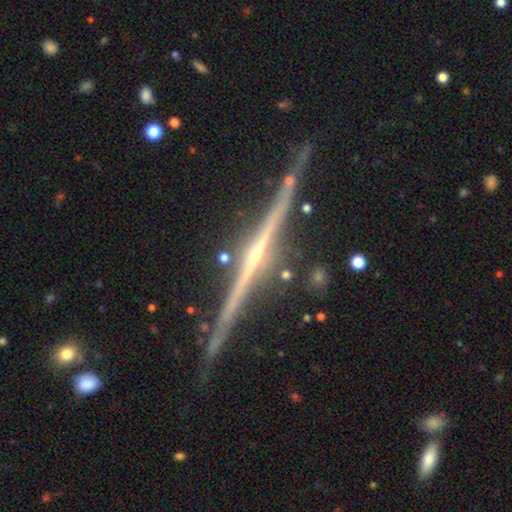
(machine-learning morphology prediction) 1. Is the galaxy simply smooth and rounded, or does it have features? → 90% featured or disk, 6% star or artifact, 4% smooth.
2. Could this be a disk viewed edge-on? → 98% yes, 2% no.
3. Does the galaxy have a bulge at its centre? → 77% rounded, 18% none, 5% boxy.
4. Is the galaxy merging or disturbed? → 87% none, 9% minor disturbance, 2% merger, 2% major disturbance.